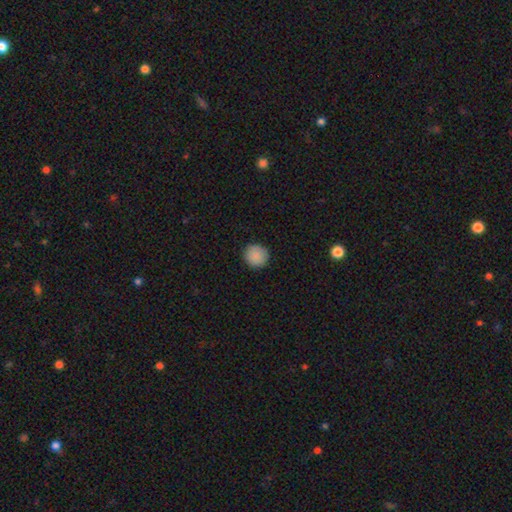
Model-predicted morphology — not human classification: smooth-or-featured: smooth: 89% | star or artifact: 8% | featured or disk: 3%
  how-rounded: round: 94% | in between: 5% | cigar-shaped: 1%
  merging: none: 92% | minor disturbance: 6% | major disturbance: 2% | merger: 1%